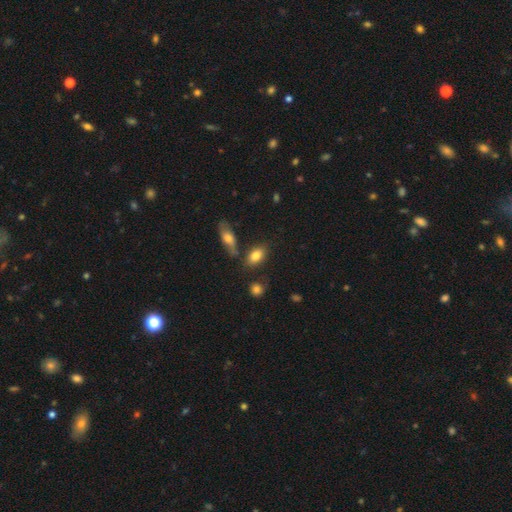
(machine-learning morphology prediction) smooth-or-featured: smooth: 81% | featured or disk: 11% | star or artifact: 8%
  how-rounded: in between: 86% | round: 9% | cigar-shaped: 4%
  merging: none: 72% | minor disturbance: 14% | merger: 10% | major disturbance: 4%